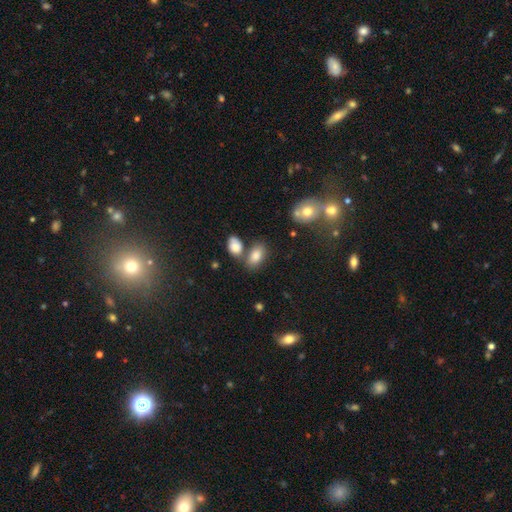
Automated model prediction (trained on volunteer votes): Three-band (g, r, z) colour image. It shows a smooth galaxy with no disk features (83%) that is in between round and cigar-shaped (89%). Merging: none (58%).